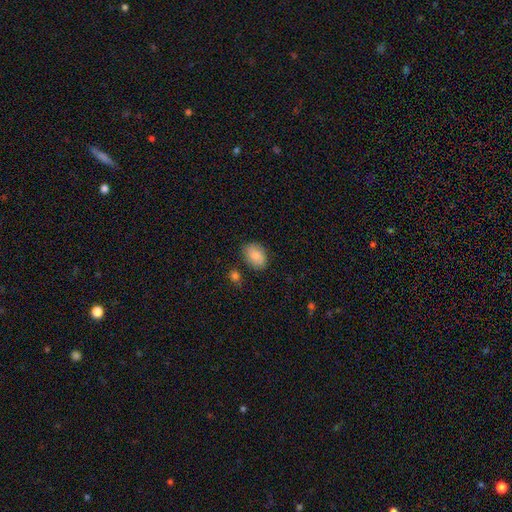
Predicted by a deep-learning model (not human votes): Smooth or featured: smooth — 84% (featured or disk — 9%)
How rounded: in between — 83% (round — 15%)
Merging: none — 77% (minor disturbance — 15%)